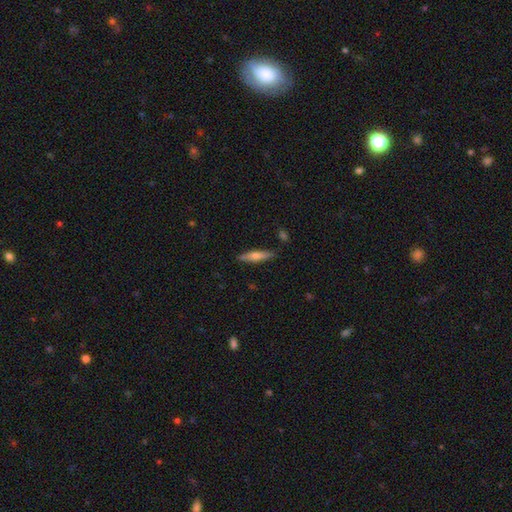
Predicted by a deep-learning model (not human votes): Morphology: type=smooth (57%); roundness=cigar-shaped (83%); merging=none (86%).